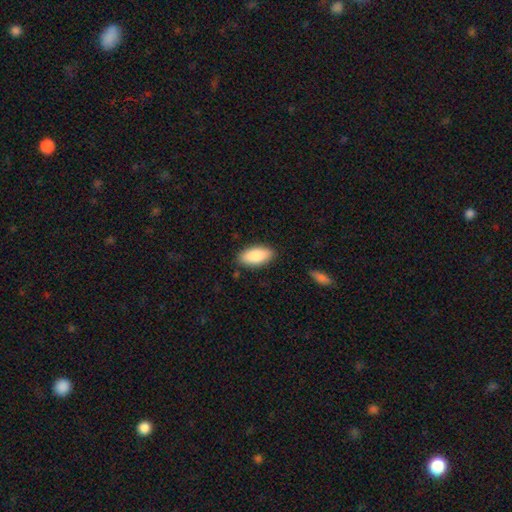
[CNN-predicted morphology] Smooth or featured? Predicted: smooth (p=0.87). How rounded? Predicted: in between (p=0.90). Merging? Predicted: none (p=0.86).